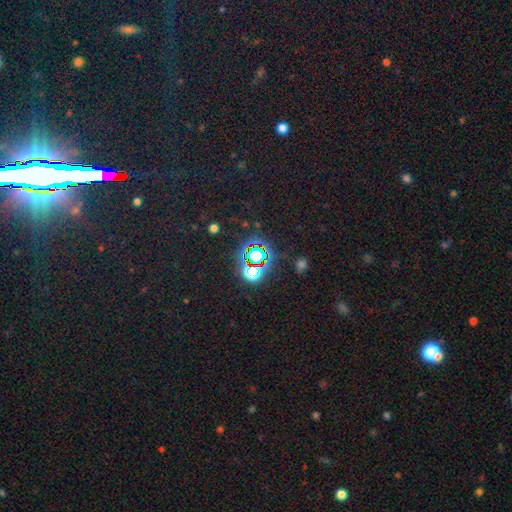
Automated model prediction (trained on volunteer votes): Morphology: type=star or artifact (72%).